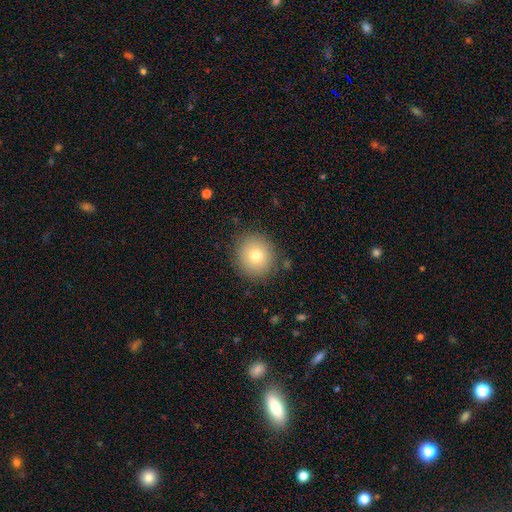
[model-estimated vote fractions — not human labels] Smooth or featured?
  - smooth: 76% *
  - featured or disk: 13%
  - star or artifact: 12%
How rounded?
  - round: 91% *
  - in between: 8%
  - cigar-shaped: 1%
Merging?
  - none: 87% *
  - minor disturbance: 8%
  - major disturbance: 3%
  - merger: 1%